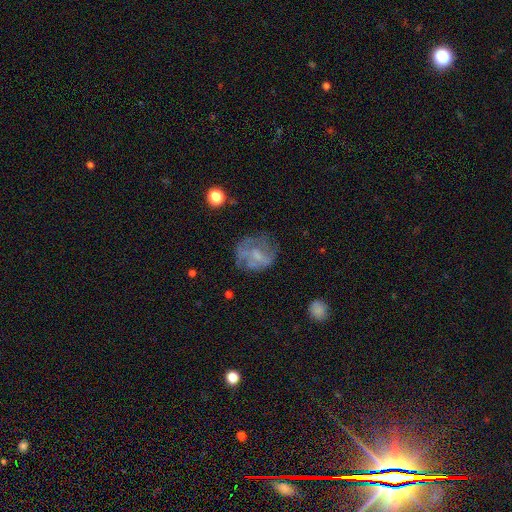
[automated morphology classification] smooth_or_featured: featured or disk (p=0.55) [alt: smooth p=0.34]
disk_edge_on: no (p=0.97) [alt: yes p=0.03]
bar: no (p=0.60) [alt: weak p=0.32]
has_spiral_arms: no (p=0.61) [alt: yes p=0.39]
bulge_size: small (p=0.37) [alt: none p=0.35]
merging: none (p=0.53) [alt: major disturbance p=0.22]